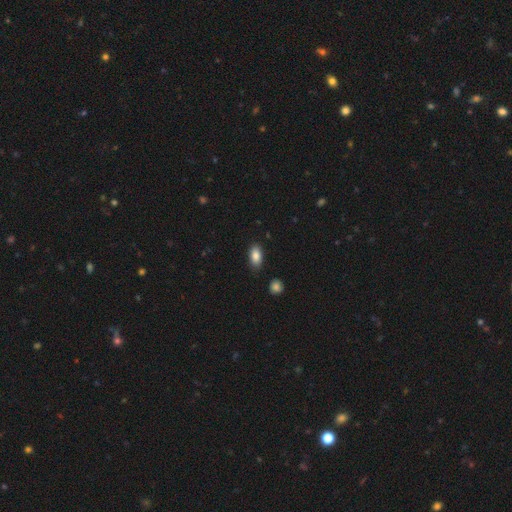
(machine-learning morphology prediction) This is clearly a smooth galaxy (86%). How rounded: clearly in between (91%). Merging: clearly none (84%).